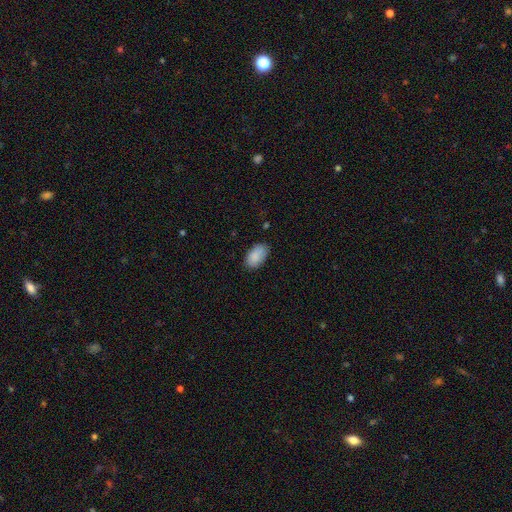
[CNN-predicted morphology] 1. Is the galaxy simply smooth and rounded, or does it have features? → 89% smooth, 7% star or artifact, 4% featured or disk.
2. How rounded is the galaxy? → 94% in between, 5% round, 2% cigar-shaped.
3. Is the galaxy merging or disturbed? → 82% none, 15% minor disturbance, 3% major disturbance, 1% merger.